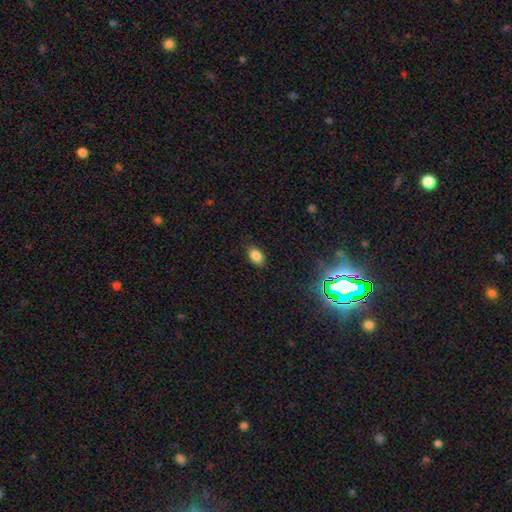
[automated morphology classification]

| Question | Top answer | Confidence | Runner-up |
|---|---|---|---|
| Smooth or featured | smooth | 83% | star or artifact (12%) |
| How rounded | in between | 87% | round (11%) |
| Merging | none | 84% | minor disturbance (12%) |